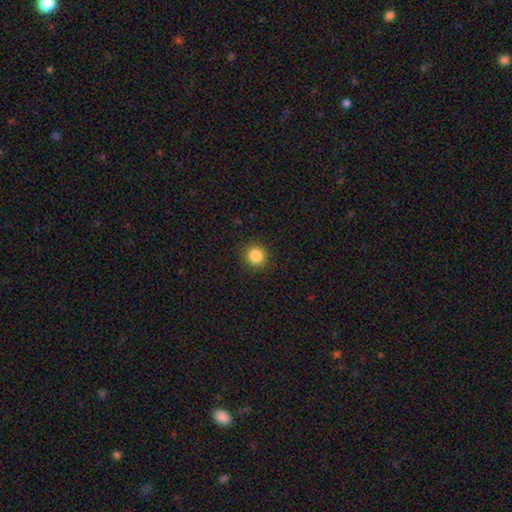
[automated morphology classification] A smooth galaxy with no disk features (86%) that is round (92%). Merging: none (91%).